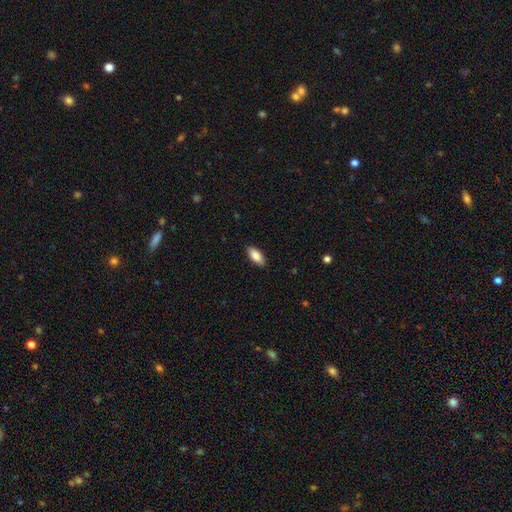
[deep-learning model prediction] Q: Smooth or featured?
A: smooth (83%); runner-up: featured or disk (11%)
Q: How rounded?
A: in between (84%); runner-up: cigar-shaped (14%)
Q: Merging?
A: none (88%); runner-up: minor disturbance (9%)